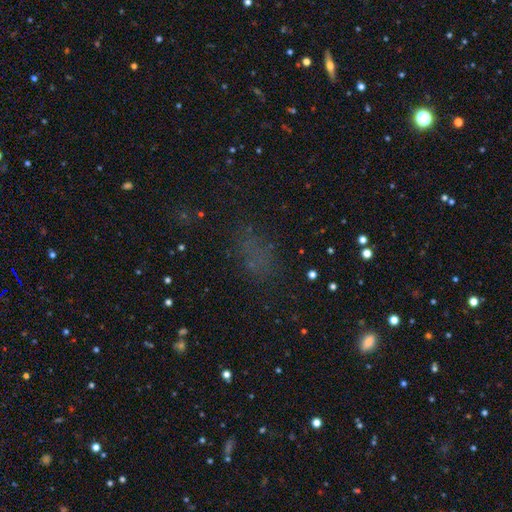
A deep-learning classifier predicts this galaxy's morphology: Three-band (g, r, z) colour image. It shows a smooth galaxy with no disk features (48%). Merging: none (65%).